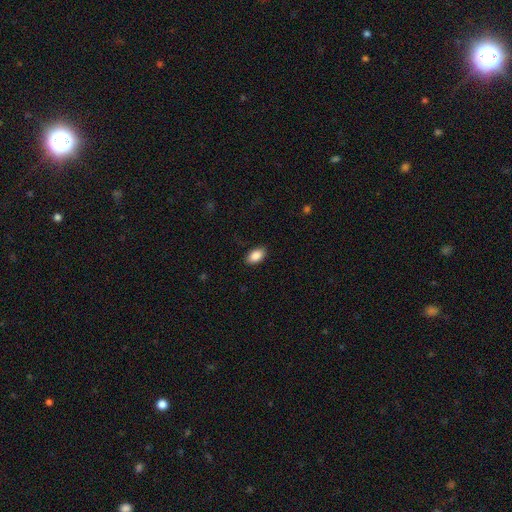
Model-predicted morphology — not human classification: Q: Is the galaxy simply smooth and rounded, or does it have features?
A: smooth — 88%.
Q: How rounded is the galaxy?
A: in between — 93%.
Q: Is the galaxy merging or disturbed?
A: none — 88%.